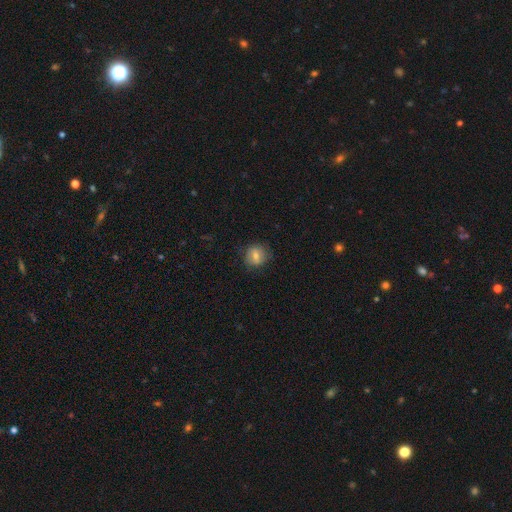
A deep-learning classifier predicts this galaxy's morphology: smooth 64%, featured or disk 26%, star or artifact 10%. Down the decision tree: how rounded — round (82%); merging — none (80%).